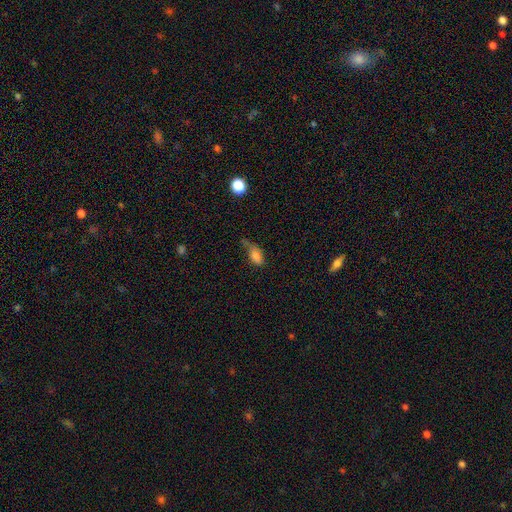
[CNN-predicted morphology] The model was most divided on "merging": minor disturbance: 34%, major disturbance: 31%, none: 29%, merger: 7%. More confident: how rounded — in between (85%); smooth or featured — smooth (75%).